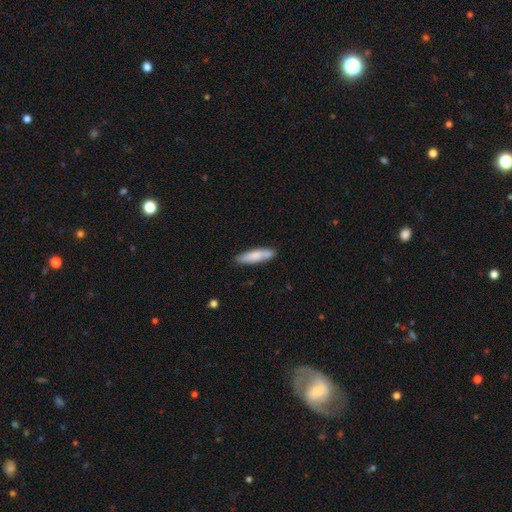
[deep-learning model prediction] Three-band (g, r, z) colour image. It shows a smooth galaxy with no disk features (77%) that is cigar-shaped (71%). Merging: none (75%).